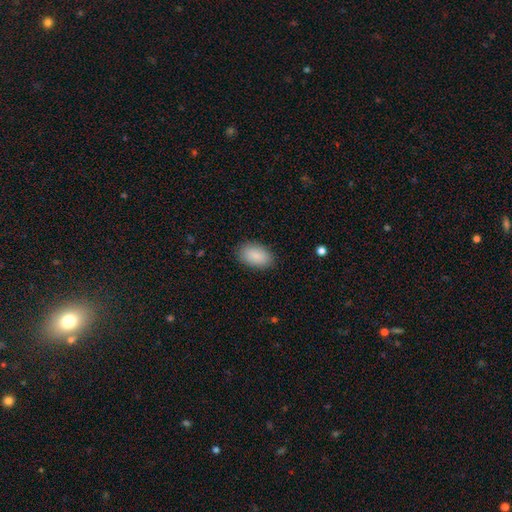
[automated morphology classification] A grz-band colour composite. It shows a smooth galaxy with no disk features (89%) that is in between round and cigar-shaped (93%). Merging: none (87%).